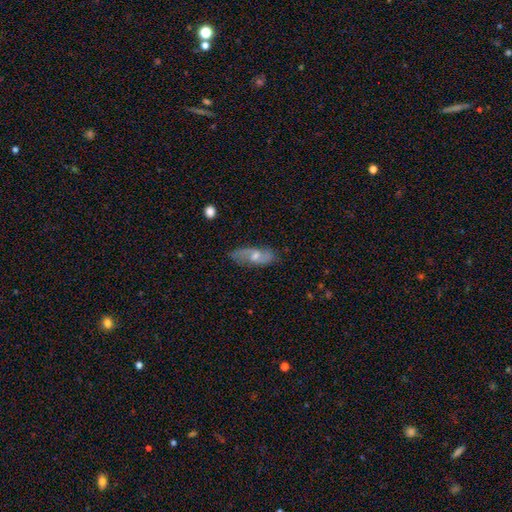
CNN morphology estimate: Smooth or featured? Predicted: featured or disk (p=0.60). Edge-on disk? Predicted: no (p=0.80). Merging? Predicted: none (p=0.80).